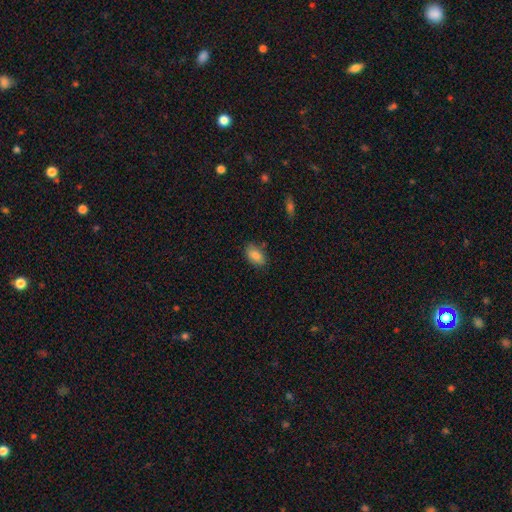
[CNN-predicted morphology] A smooth galaxy with no disk features (86%) that is in between round and cigar-shaped (92%). Merging: none (77%).